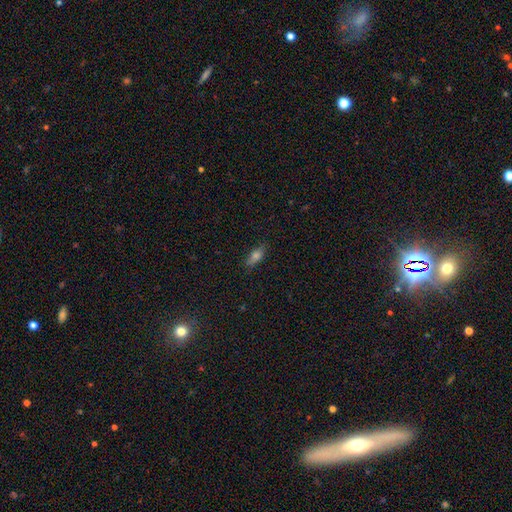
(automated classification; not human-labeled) Smooth or featured: smooth — 68% (featured or disk — 21%)
How rounded: in between — 65% (cigar-shaped — 31%)
Merging: none — 82% (minor disturbance — 14%)